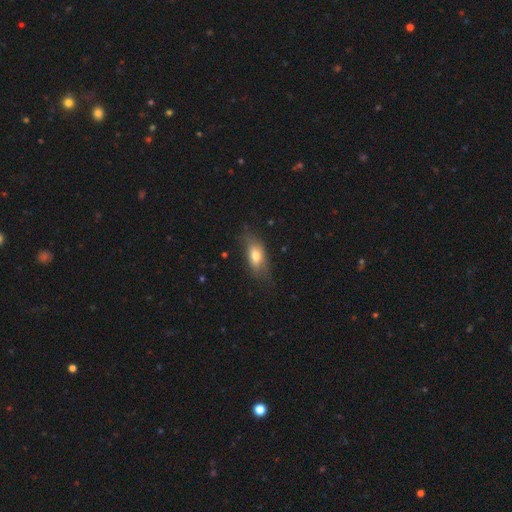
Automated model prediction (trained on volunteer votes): A smooth galaxy with no disk features (70%) that is in between round and cigar-shaped (80%). Merging: none (65%).